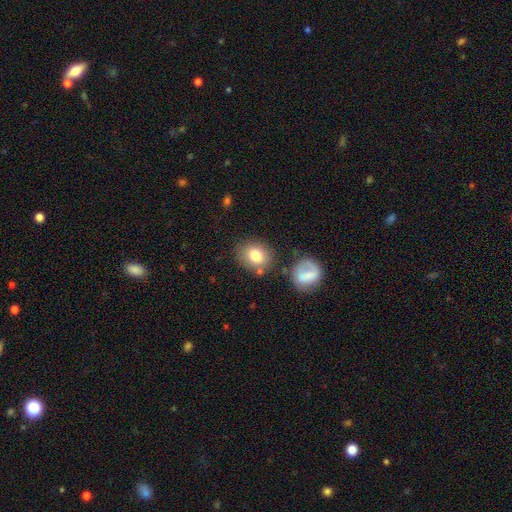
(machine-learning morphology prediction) smooth_or_featured: smooth (p=0.80) [alt: featured or disk p=0.11]
how_rounded: round (p=0.65) [alt: in between p=0.34]
merging: none (p=0.73) [alt: minor disturbance p=0.14]